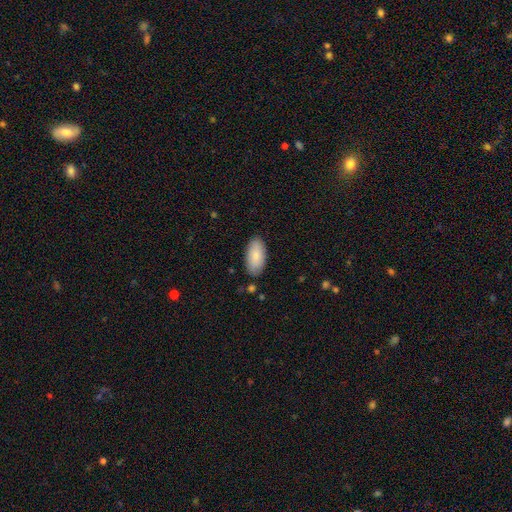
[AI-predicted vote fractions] Overall: smooth (85%). How rounded: in between (94%). Merging: none (85%).